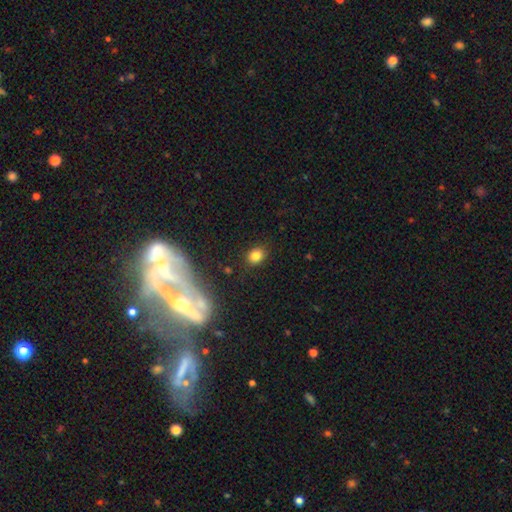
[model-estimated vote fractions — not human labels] Overall: smooth (80%). How rounded: round (50%; in between 48%). Merging: none (86%).